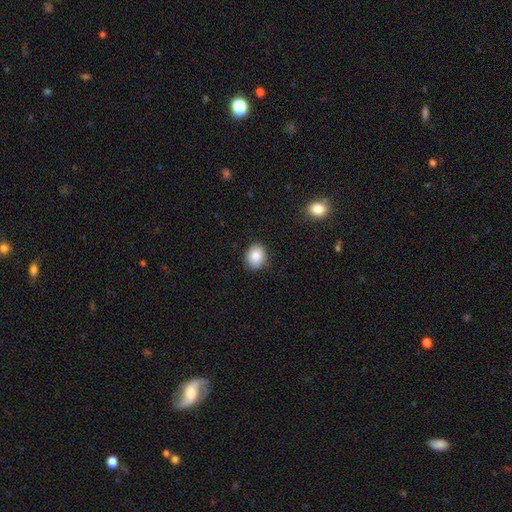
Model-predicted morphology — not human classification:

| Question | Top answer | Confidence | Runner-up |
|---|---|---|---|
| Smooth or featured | smooth | 85% | star or artifact (8%) |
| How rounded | round | 59% | in between (40%) |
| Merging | none | 89% | minor disturbance (8%) |